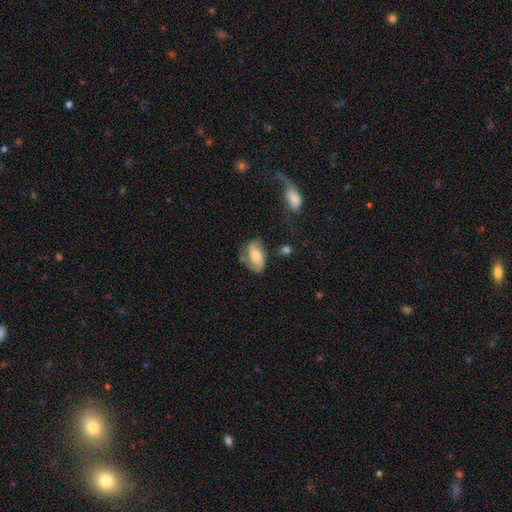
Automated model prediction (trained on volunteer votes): This is possibly a smooth galaxy (55%). How rounded: clearly in between (90%). Merging: possibly none (57%).